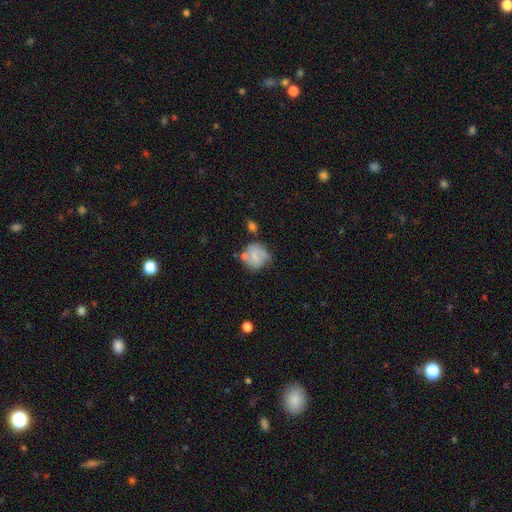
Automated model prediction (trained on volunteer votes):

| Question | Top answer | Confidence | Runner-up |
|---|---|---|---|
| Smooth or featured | smooth | 61% | featured or disk (31%) |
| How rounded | round | 78% | in between (21%) |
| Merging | none | 48% | minor disturbance (27%) |